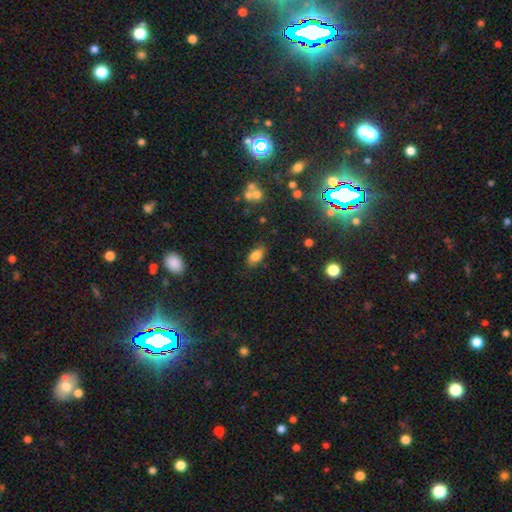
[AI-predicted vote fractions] A smooth galaxy with no disk features (80%) that is in between round and cigar-shaped (89%). Merging: none (82%).